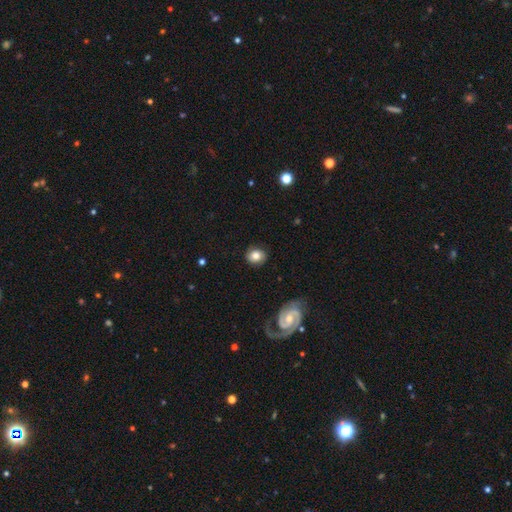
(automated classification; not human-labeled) Smooth or featured?
  - smooth: 74% *
  - featured or disk: 17%
  - star or artifact: 9%
How rounded?
  - round: 71% *
  - in between: 28%
  - cigar-shaped: 1%
Merging?
  - none: 85% *
  - minor disturbance: 11%
  - major disturbance: 3%
  - merger: 1%